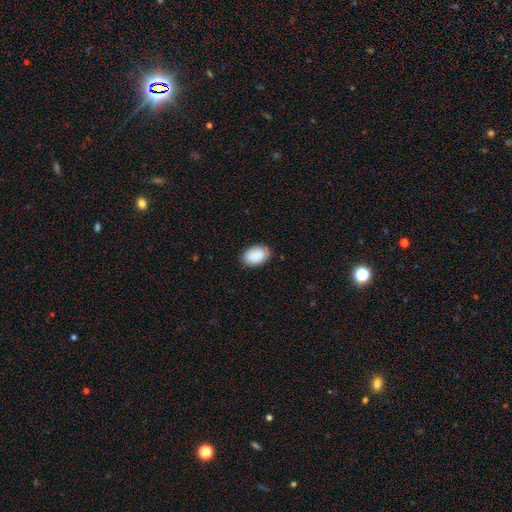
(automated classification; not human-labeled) smooth-or-featured: smooth: 87% | star or artifact: 7% | featured or disk: 6%
  how-rounded: in between: 84% | round: 15% | cigar-shaped: 1%
  merging: none: 79% | minor disturbance: 16% | major disturbance: 3% | merger: 1%